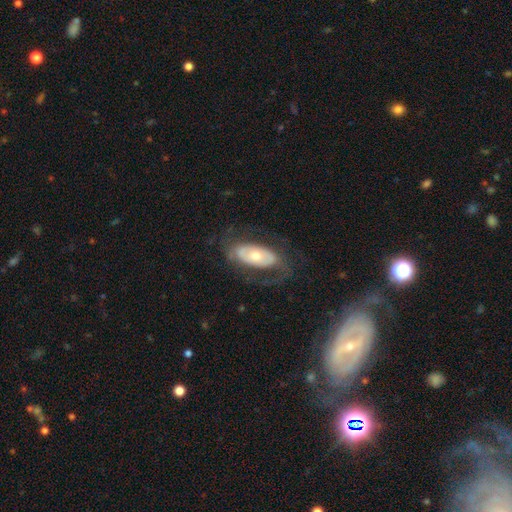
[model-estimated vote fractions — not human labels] featured or disk 58%, smooth 36%, star or artifact 6%. Down the decision tree: edge-on disk — no (87%); bar — no (77%); spiral arms — no (53%); bulge size — moderate (62%); merging — none (66%).